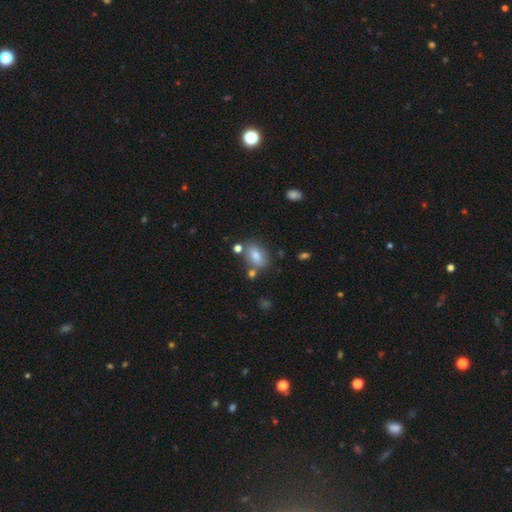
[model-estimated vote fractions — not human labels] Overall: smooth (78%). How rounded: in between (80%). Merging: none (67%).